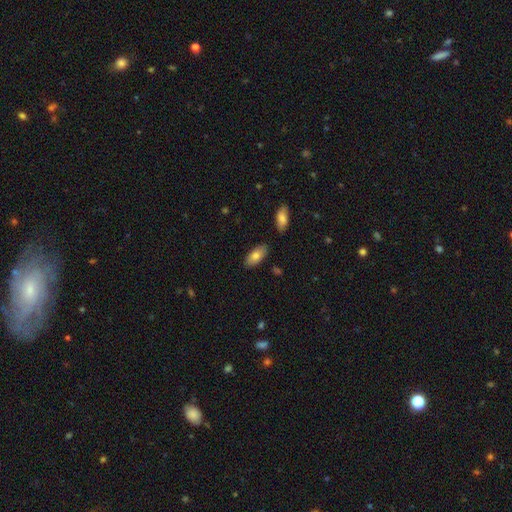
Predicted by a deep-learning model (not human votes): A smooth galaxy with no disk features (78%) that is in between round and cigar-shaped (90%).

Vote fractions:
- Smooth or featured? smooth: 78% / featured or disk: 16% / star or artifact: 6%
- How rounded? in between: 90% / cigar-shaped: 8% / round: 2%
- Merging? none: 85% / minor disturbance: 11% / merger: 3% / major disturbance: 2%